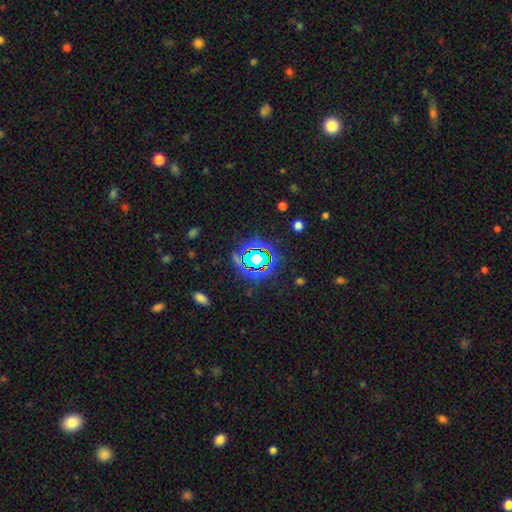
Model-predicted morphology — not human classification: Smooth or featured? star or artifact (71%)